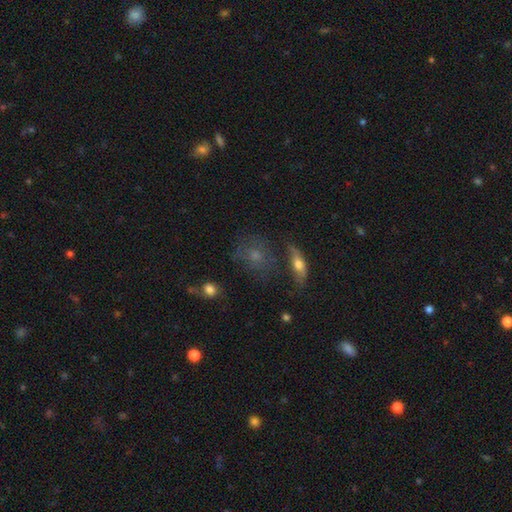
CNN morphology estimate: Smooth or featured? Predicted: smooth (p=0.44). Merging? Predicted: none (p=0.65).